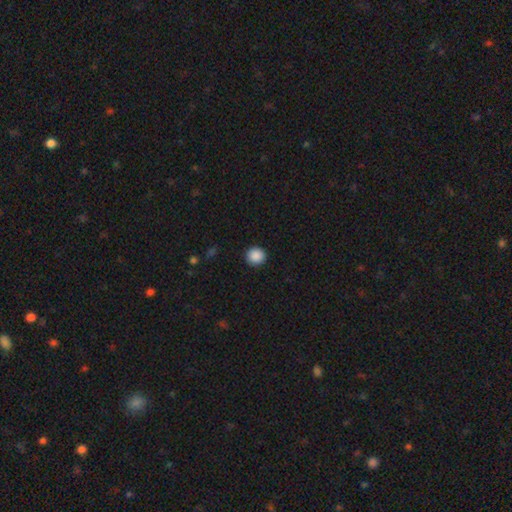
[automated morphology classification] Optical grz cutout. It shows a smooth galaxy with no disk features (89%) that is round (93%). Merging: none (93%).